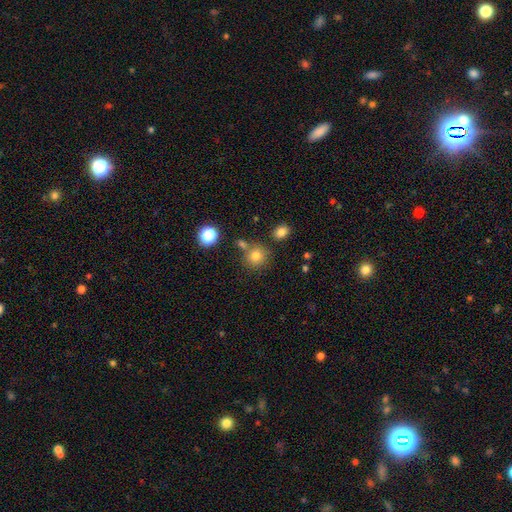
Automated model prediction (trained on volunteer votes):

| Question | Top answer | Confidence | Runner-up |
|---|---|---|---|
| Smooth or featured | smooth | 78% | star or artifact (14%) |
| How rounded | round | 87% | in between (12%) |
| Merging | none | 71% | merger (15%) |